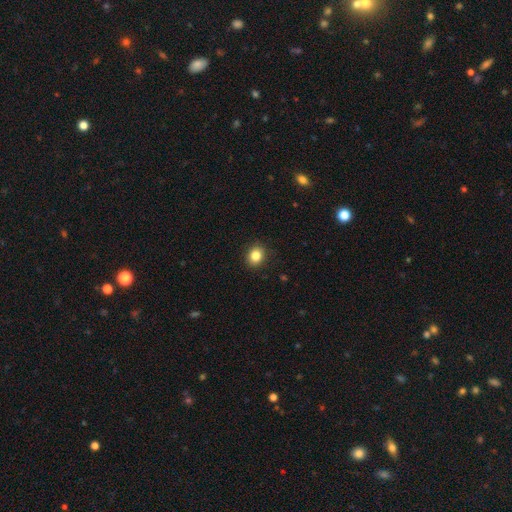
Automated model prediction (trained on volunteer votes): smooth_or_featured: smooth (p=0.85) [alt: star or artifact p=0.10]
how_rounded: round (p=0.68) [alt: in between p=0.31]
merging: none (p=0.89) [alt: minor disturbance p=0.08]